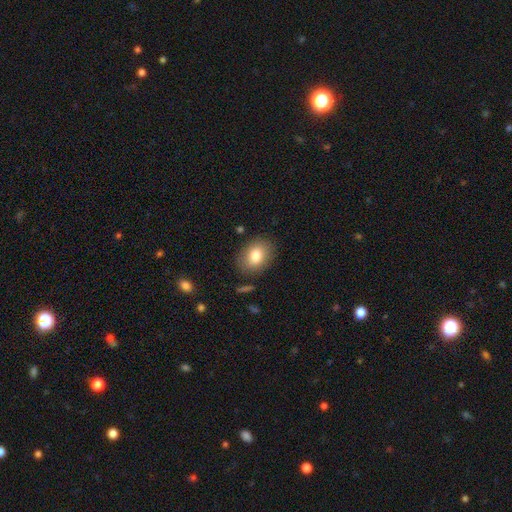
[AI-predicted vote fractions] The model was most divided on "how rounded": in between: 69%, round: 29%, cigar-shaped: 1%. More confident: merging — none (84%); smooth or featured — smooth (81%).